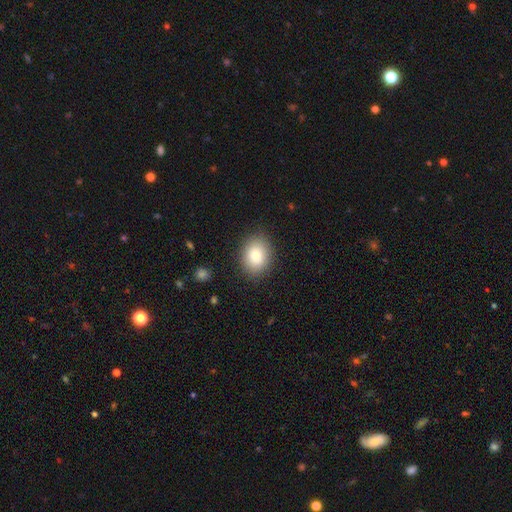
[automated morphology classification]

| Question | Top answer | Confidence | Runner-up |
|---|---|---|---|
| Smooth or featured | smooth | 85% | star or artifact (8%) |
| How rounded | in between | 58% | round (41%) |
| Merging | none | 86% | minor disturbance (9%) |